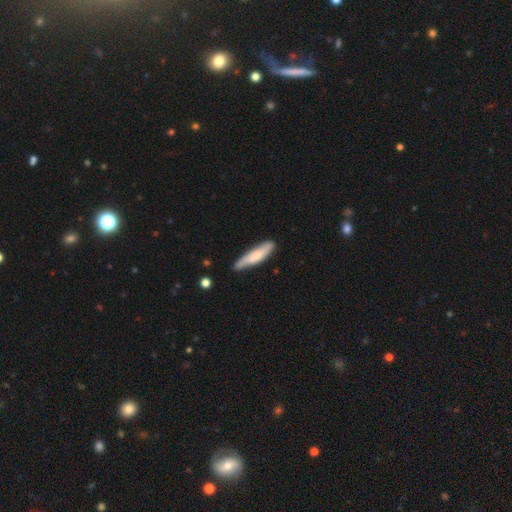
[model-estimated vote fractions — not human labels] Smooth or featured? smooth (62%)
How rounded? cigar-shaped (78%)
Merging? none (74%)